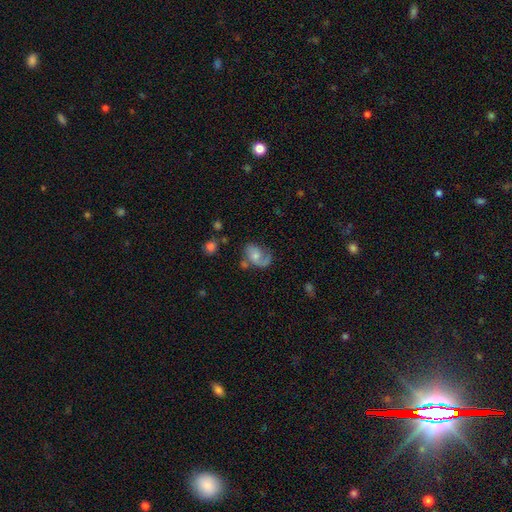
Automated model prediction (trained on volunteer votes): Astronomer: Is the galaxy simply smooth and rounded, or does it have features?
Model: featured or disk — 65%.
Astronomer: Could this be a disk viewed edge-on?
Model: no — 97%.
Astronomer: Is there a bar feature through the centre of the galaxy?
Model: no — 68%.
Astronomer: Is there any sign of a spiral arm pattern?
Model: yes — 88%.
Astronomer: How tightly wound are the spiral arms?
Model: medium — 41%, tied with loose at 41%.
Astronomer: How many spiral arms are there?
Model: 1 — 48% (runner-up: 2, 43%).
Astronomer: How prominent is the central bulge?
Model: moderate — 42% (runner-up: small, 40%).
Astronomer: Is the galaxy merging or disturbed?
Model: none — 43% (runner-up: major disturbance, 25%).